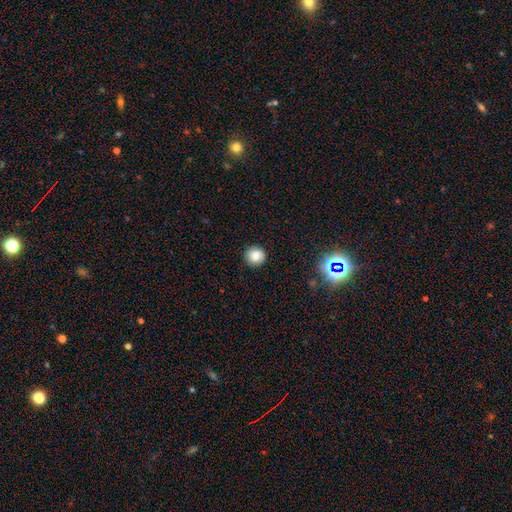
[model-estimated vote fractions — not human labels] A smooth galaxy with no disk features (79%) that is round (92%). Merging: none (88%).